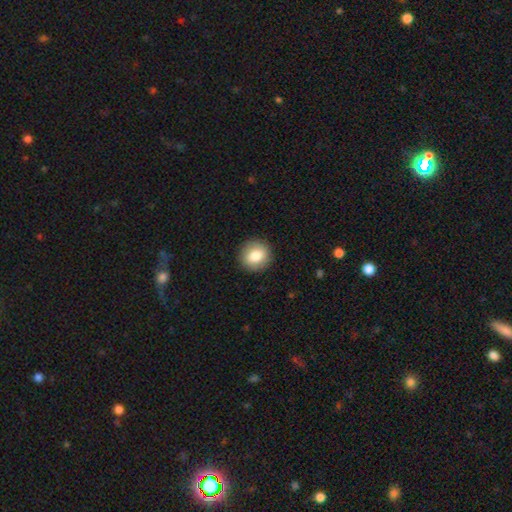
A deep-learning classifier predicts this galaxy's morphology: smooth 83%, featured or disk 9%, star or artifact 8%. Down the decision tree: how rounded — round (86%); merging — none (90%).